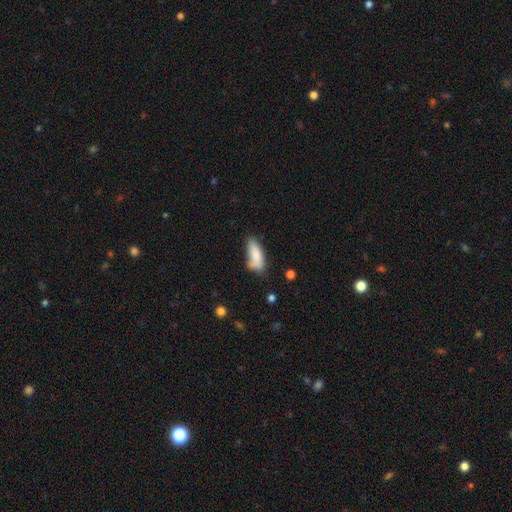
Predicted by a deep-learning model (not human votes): This appears to be a smooth galaxy with no disk features (82%) that is in between round and cigar-shaped (69%). Merging: none (50%).